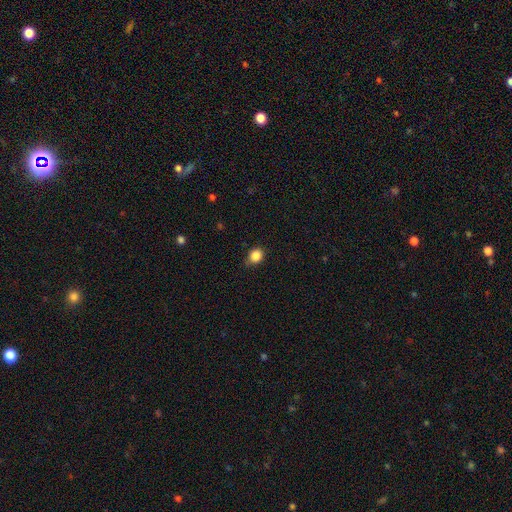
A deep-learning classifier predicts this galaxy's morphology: Overall: smooth (86%). How rounded: round (66%; in between 33%). Merging: none (74%).